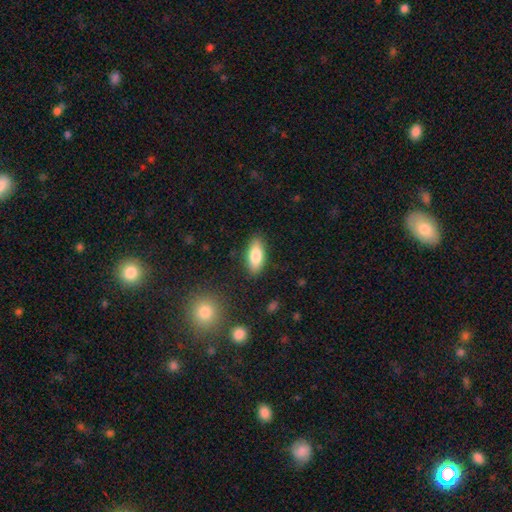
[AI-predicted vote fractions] Smooth or featured?
  - smooth: 79% *
  - featured or disk: 14%
  - star or artifact: 6%
How rounded?
  - in between: 79% *
  - cigar-shaped: 19%
  - round: 3%
Merging?
  - none: 86% *
  - minor disturbance: 10%
  - major disturbance: 2%
  - merger: 1%